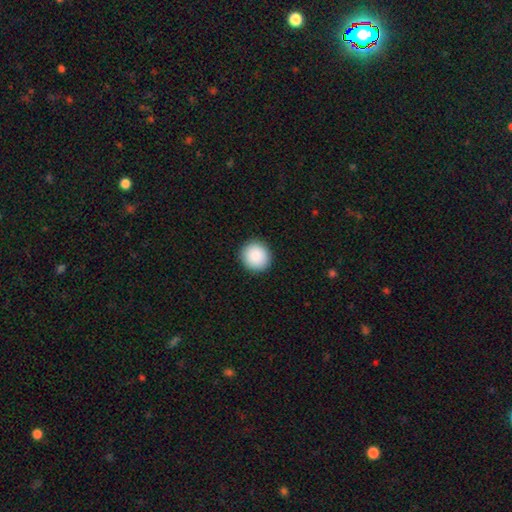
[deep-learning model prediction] Smooth or featured?
  - smooth: 88% *
  - star or artifact: 7%
  - featured or disk: 4%
How rounded?
  - round: 92% *
  - in between: 7%
  - cigar-shaped: 1%
Merging?
  - none: 92% *
  - minor disturbance: 5%
  - major disturbance: 2%
  - merger: 1%